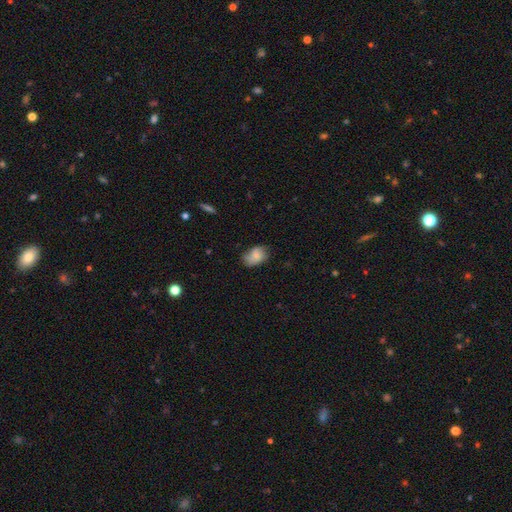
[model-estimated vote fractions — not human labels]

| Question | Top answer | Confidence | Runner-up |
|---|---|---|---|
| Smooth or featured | smooth | 64% | featured or disk (27%) |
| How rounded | in between | 81% | round (18%) |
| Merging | none | 56% | minor disturbance (32%) |